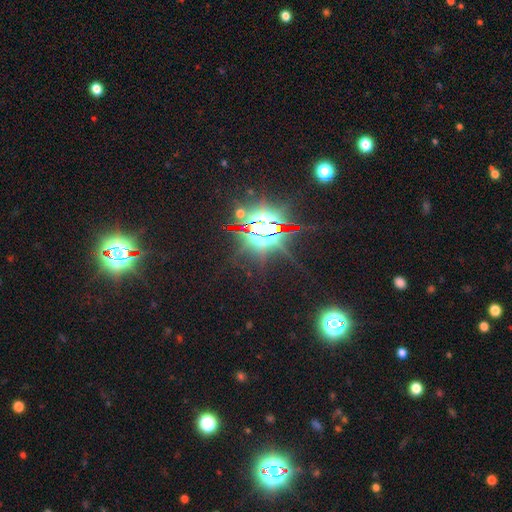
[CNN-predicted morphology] Smooth or featured: star or artifact — 84% (featured or disk — 9%)